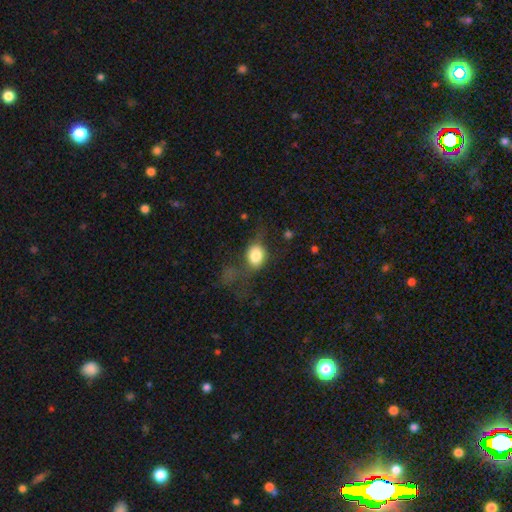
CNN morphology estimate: type=smooth (73%); roundness=round (51%); merging=none (38%).